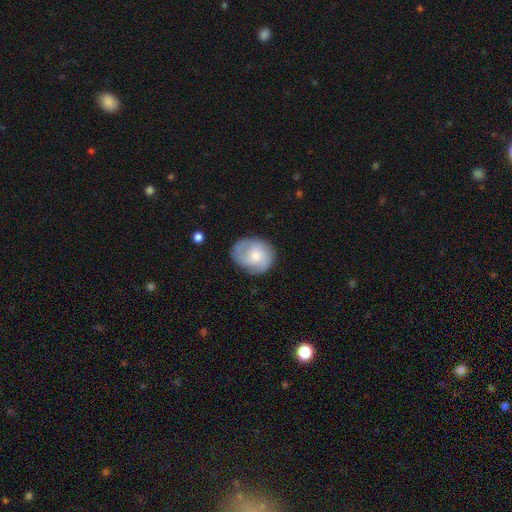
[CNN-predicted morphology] Smooth or featured: featured or disk — 52% (smooth — 42%)
Edge-on disk: no — 97% (yes — 3%)
Bar: no — 72% (weak — 24%)
Spiral arms: yes — 84% (no — 16%)
Bulge size: moderate — 52% (small — 34%)
Merging: none — 72% (minor disturbance — 20%)